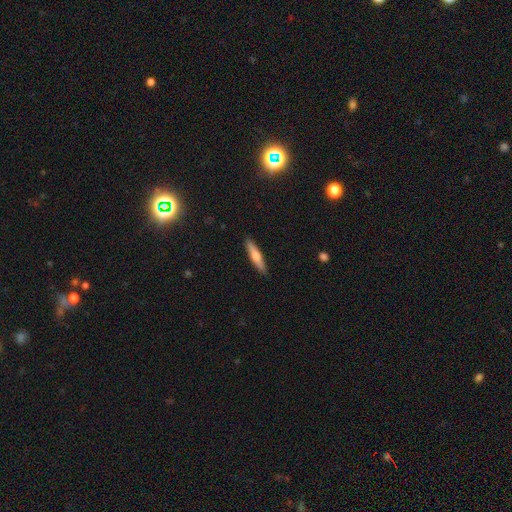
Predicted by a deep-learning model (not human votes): Smooth or featured? Predicted: smooth (p=0.59). How rounded? Predicted: cigar-shaped (p=0.87). Merging? Predicted: none (p=0.91).